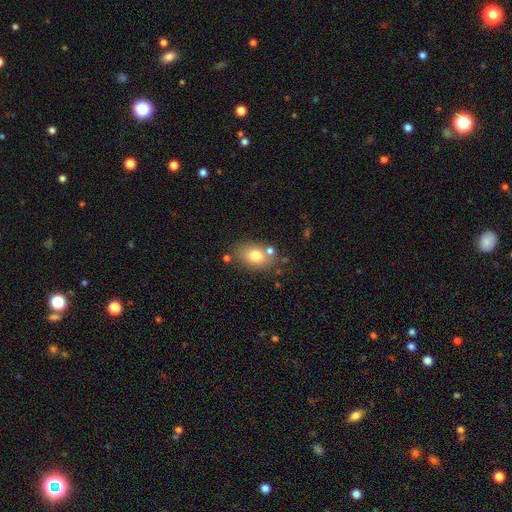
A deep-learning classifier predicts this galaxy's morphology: Smooth or featured?
  - smooth: 75% *
  - featured or disk: 16%
  - star or artifact: 10%
How rounded?
  - in between: 79% *
  - round: 20%
  - cigar-shaped: 1%
Merging?
  - none: 70% *
  - minor disturbance: 15%
  - merger: 11%
  - major disturbance: 4%